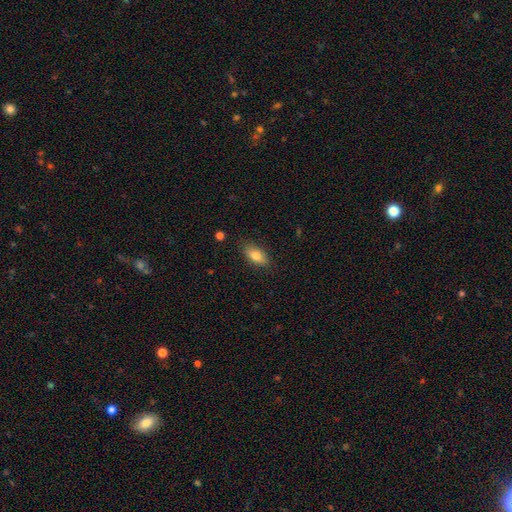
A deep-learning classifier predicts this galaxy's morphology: Smooth or featured? smooth (82%)
How rounded? in between (85%)
Merging? none (84%)